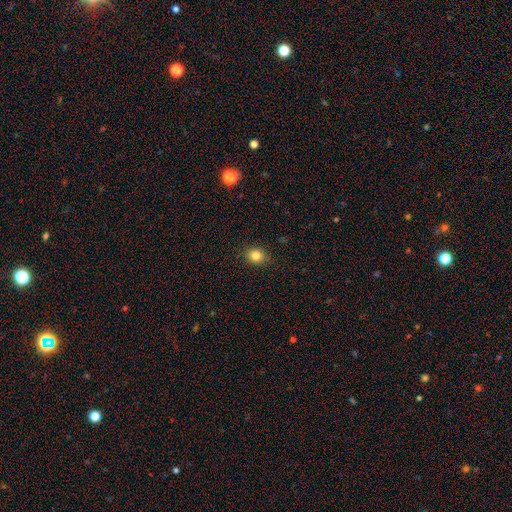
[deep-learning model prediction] smooth-or-featured: smooth: 82% | star or artifact: 12% | featured or disk: 6%
  how-rounded: round: 64% | in between: 35% | cigar-shaped: 1%
  merging: none: 89% | minor disturbance: 8% | major disturbance: 2% | merger: 1%